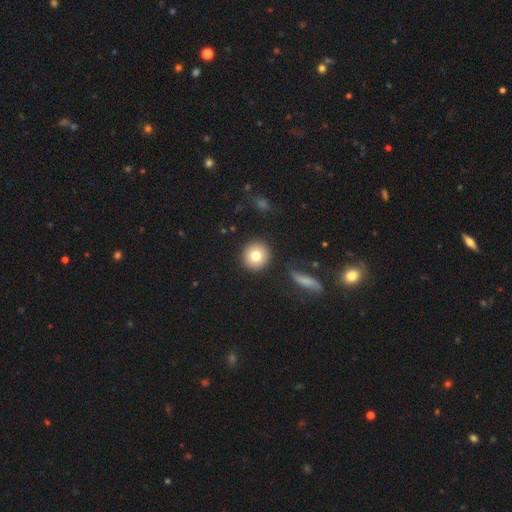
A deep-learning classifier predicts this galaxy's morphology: Q: Smooth or featured?
A: smooth (78%); runner-up: featured or disk (13%)
Q: How rounded?
A: round (93%); runner-up: in between (6%)
Q: Merging?
A: none (89%); runner-up: minor disturbance (6%)